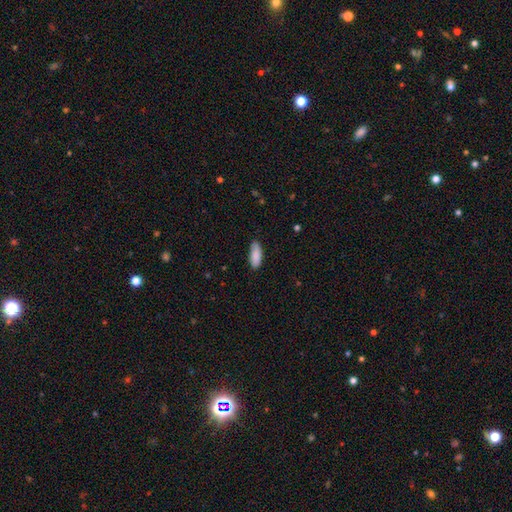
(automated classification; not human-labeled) The model was most divided on "how rounded": in between: 75%, cigar-shaped: 23%, round: 2%. More confident: smooth or featured — smooth (87%); merging — none (79%).